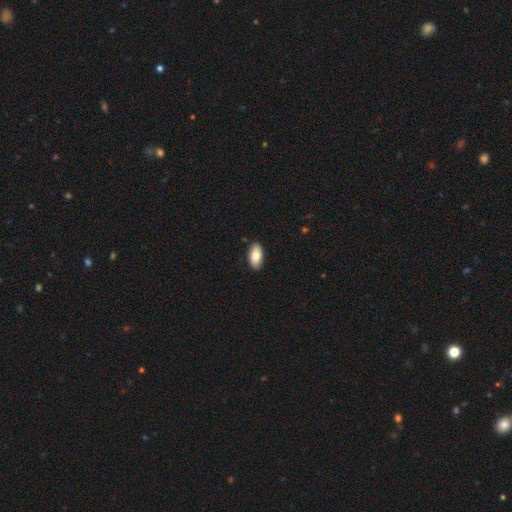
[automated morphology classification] Smooth or featured: smooth — 82% (featured or disk — 12%)
How rounded: in between — 93% (cigar-shaped — 4%)
Merging: none — 89% (minor disturbance — 9%)